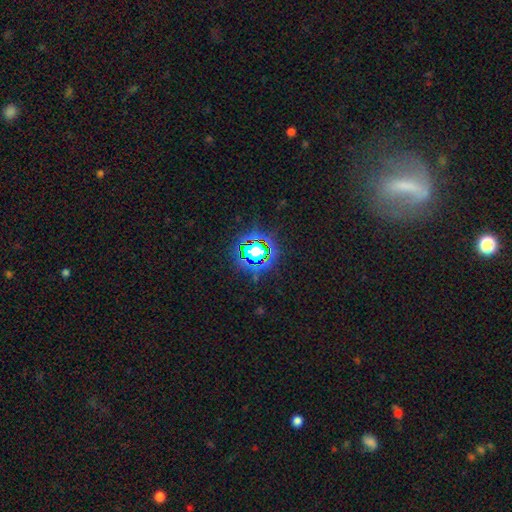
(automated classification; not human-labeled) This appears to be a star or artifact, not a galaxy (69%).